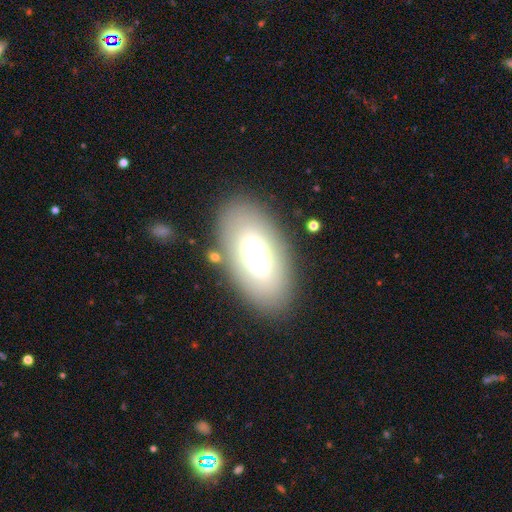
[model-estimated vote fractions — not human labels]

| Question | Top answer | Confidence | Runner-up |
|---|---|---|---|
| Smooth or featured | smooth | 68% | featured or disk (22%) |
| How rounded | in between | 91% | round (6%) |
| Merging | none | 82% | minor disturbance (10%) |